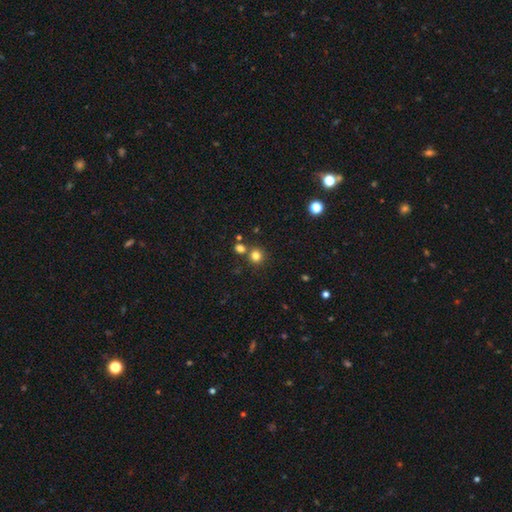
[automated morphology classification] smooth 79%, star or artifact 15%, featured or disk 6%. Down the decision tree: how rounded — round (91%); merging — none (75%).